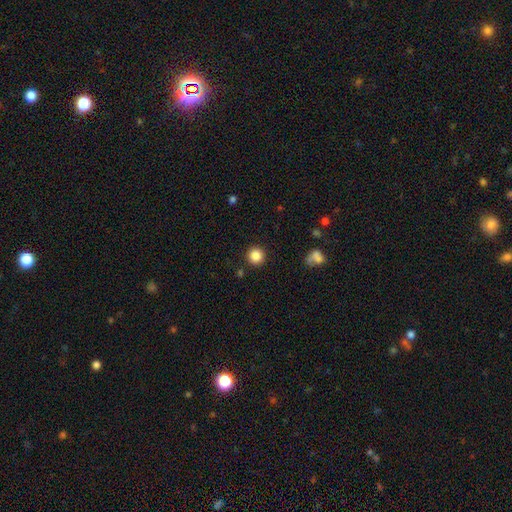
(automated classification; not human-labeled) The model was most divided on "smooth or featured": smooth: 86%, star or artifact: 11%, featured or disk: 4%. More confident: how rounded — round (95%); merging — none (90%).